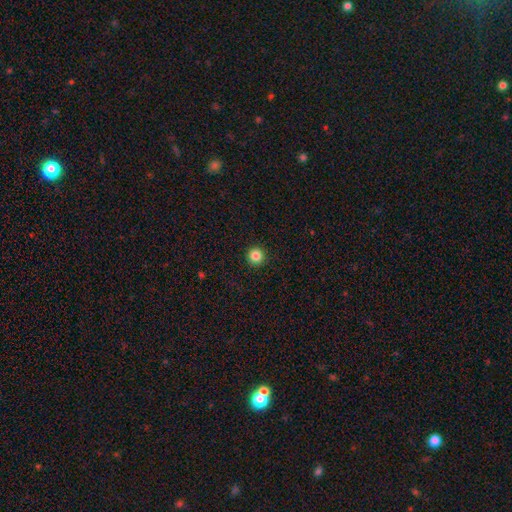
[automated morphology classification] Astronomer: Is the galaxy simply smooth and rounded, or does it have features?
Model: smooth — 84%.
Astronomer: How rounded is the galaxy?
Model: round — 96%.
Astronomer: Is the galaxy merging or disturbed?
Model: none — 93%.